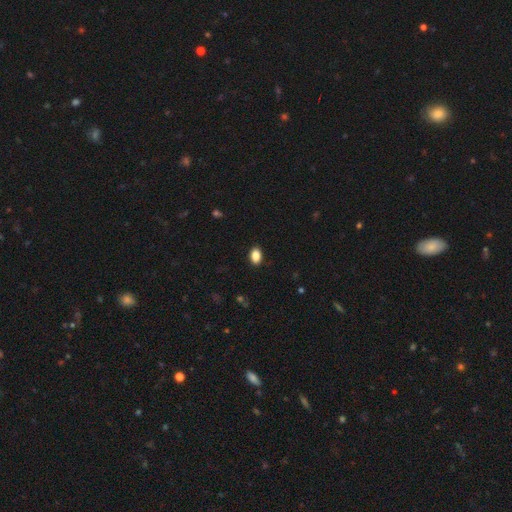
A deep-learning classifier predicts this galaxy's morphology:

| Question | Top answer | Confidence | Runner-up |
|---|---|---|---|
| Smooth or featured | smooth | 88% | star or artifact (8%) |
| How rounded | in between | 86% | round (12%) |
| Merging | none | 89% | minor disturbance (8%) |